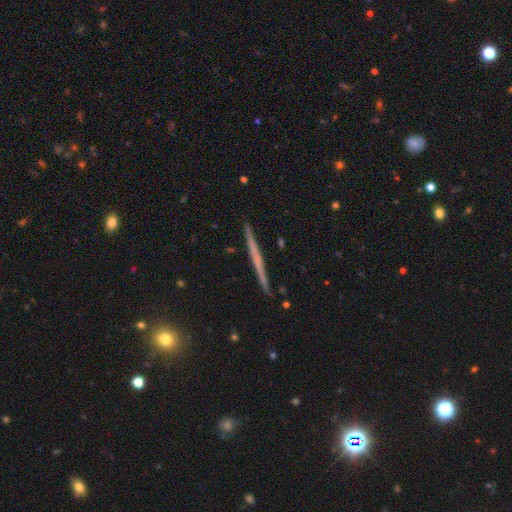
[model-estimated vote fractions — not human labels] This appears to be a featured or disk galaxy (60%) viewed edge-on (98%) with no central bulge (86%). Merging: none (92%).